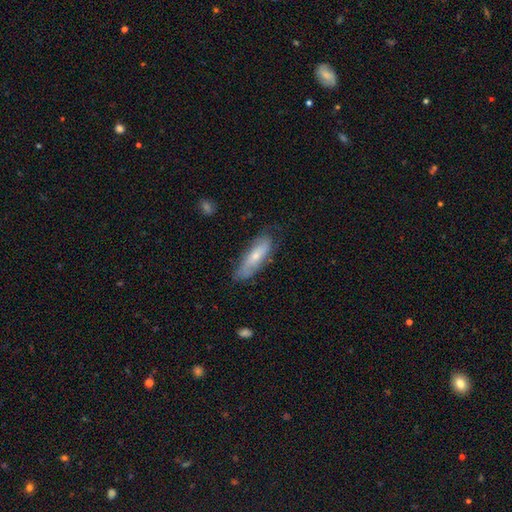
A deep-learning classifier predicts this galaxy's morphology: Q: Smooth or featured?
A: smooth (54%); runner-up: featured or disk (39%)
Q: How rounded?
A: cigar-shaped (55%); runner-up: in between (43%)
Q: Merging?
A: none (67%); runner-up: minor disturbance (24%)